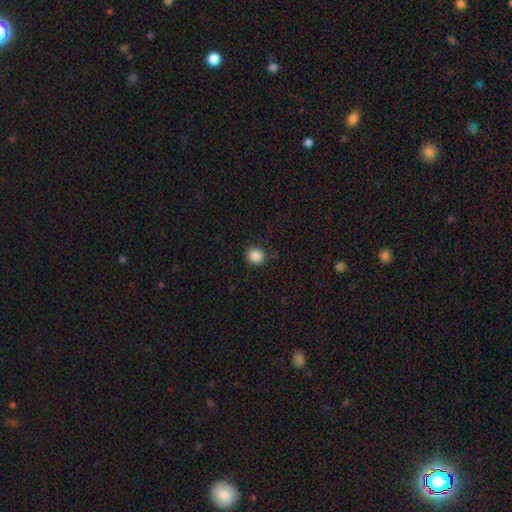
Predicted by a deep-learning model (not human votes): A smooth galaxy with no disk features (87%) that is round (84%). Merging: none (86%).